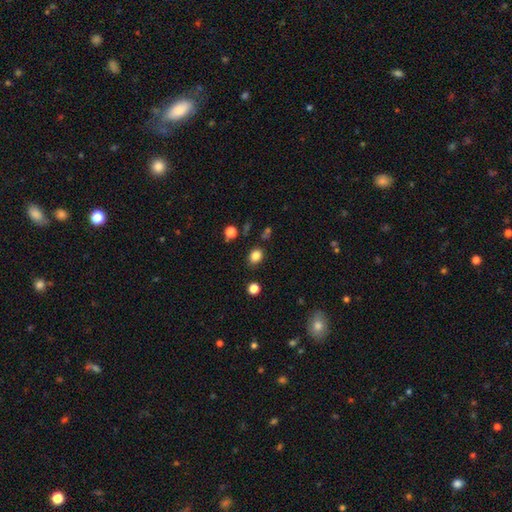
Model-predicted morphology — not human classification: Smooth or featured? smooth (83%)
How rounded? in between (55%)
Merging? none (83%)